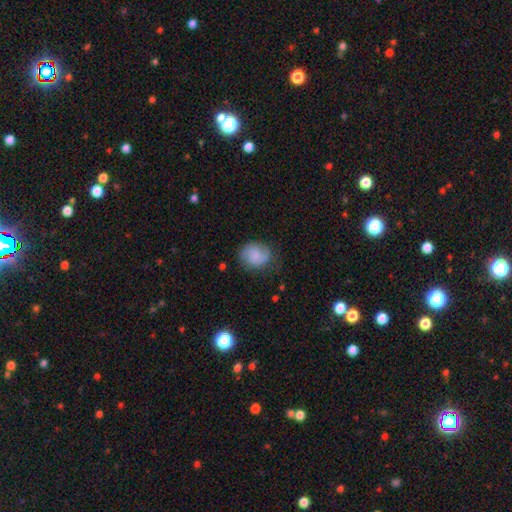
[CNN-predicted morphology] Smooth or featured? Predicted: smooth (p=0.72). How rounded? Predicted: round (p=0.63). Merging? Predicted: none (p=0.64).